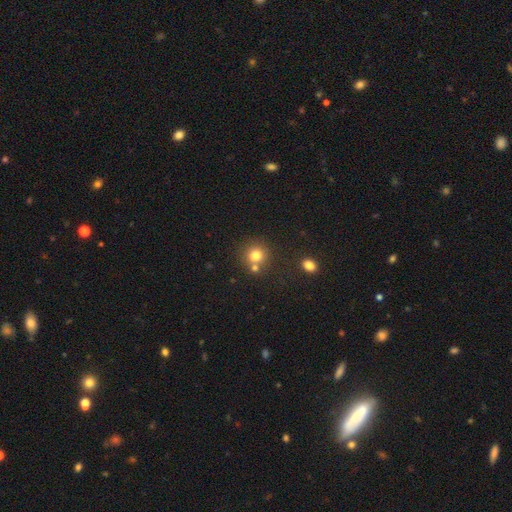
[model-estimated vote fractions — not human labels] smooth 78%, star or artifact 13%, featured or disk 9%. Down the decision tree: how rounded — round (89%); merging — none (64%).